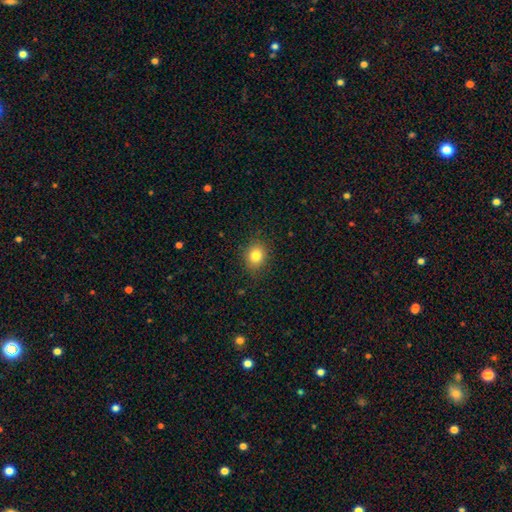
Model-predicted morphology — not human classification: Smooth or featured? Predicted: smooth (p=0.82). How rounded? Predicted: round (p=0.64). Merging? Predicted: none (p=0.87).